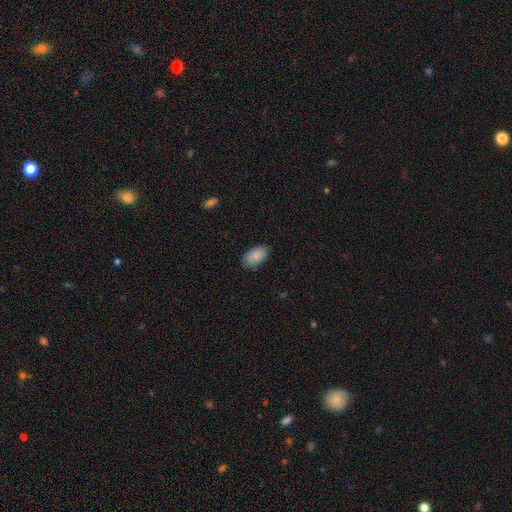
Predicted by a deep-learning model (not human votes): Smooth or featured? Predicted: smooth (p=0.89). How rounded? Predicted: in between (p=0.94). Merging? Predicted: none (p=0.82).